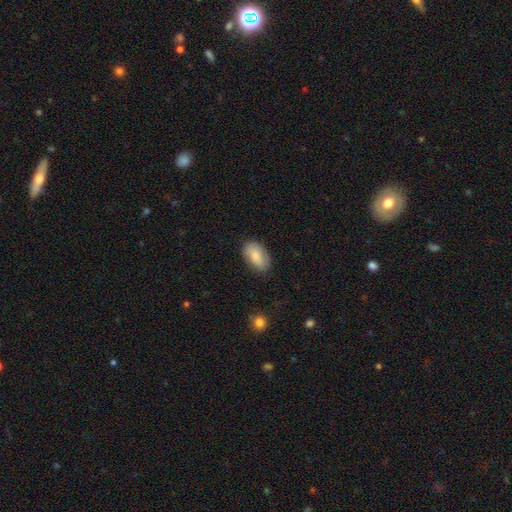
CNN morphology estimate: A smooth galaxy with no disk features (82%) that is in between round and cigar-shaped (93%). Merging: none (82%).